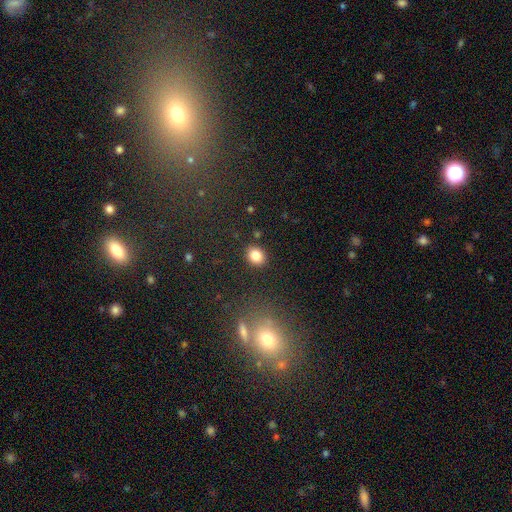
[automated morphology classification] type=smooth (82%); roundness=round (61%); merging=none (88%).